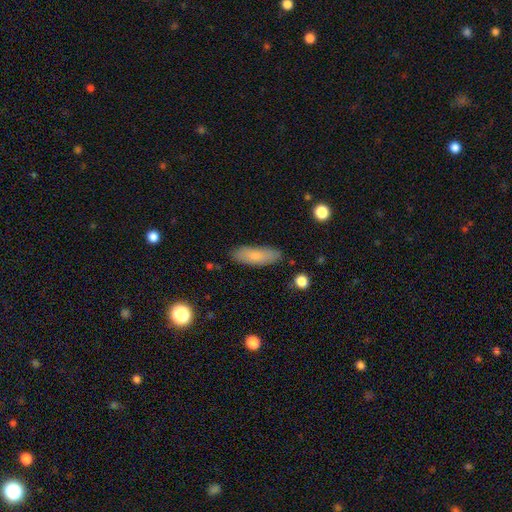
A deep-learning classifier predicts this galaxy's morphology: Overall: smooth (75%). How rounded: in between (55%; cigar-shaped 42%). Merging: none (84%).